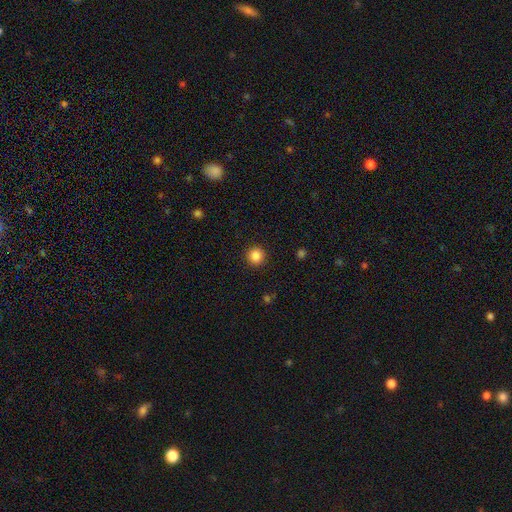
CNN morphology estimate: Smooth or featured? smooth (86%)
How rounded? round (94%)
Merging? none (92%)